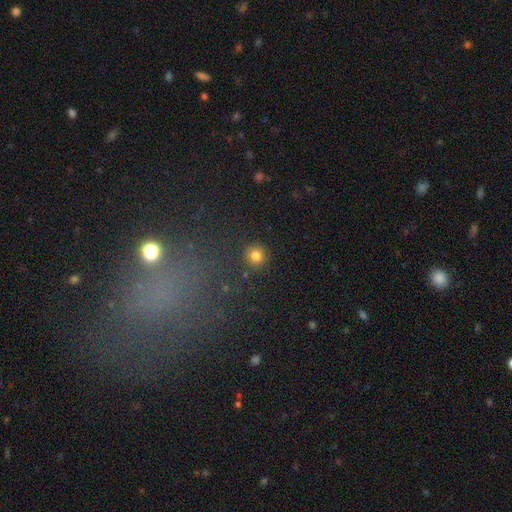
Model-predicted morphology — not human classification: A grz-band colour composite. It shows a smooth galaxy with no disk features (81%) that is round (94%). Merging: none (90%).